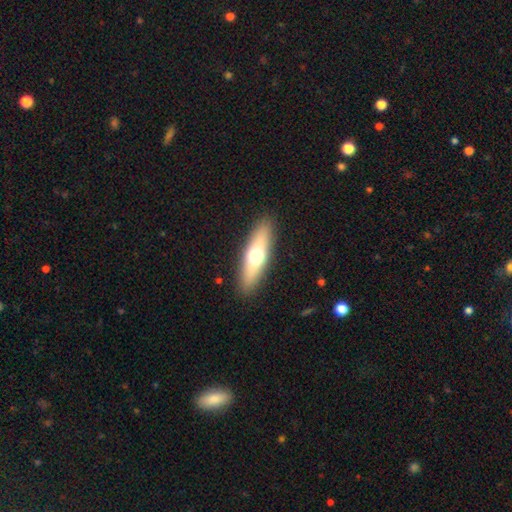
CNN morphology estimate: Smooth or featured? smooth (53%)
How rounded? cigar-shaped (57%)
Merging? none (90%)